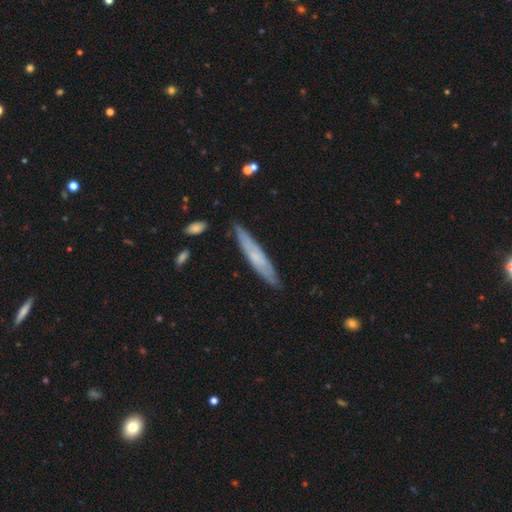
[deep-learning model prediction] The model was most divided on "smooth or featured": smooth: 48%, featured or disk: 45%, star or artifact: 7%. More confident: merging — none (83%).